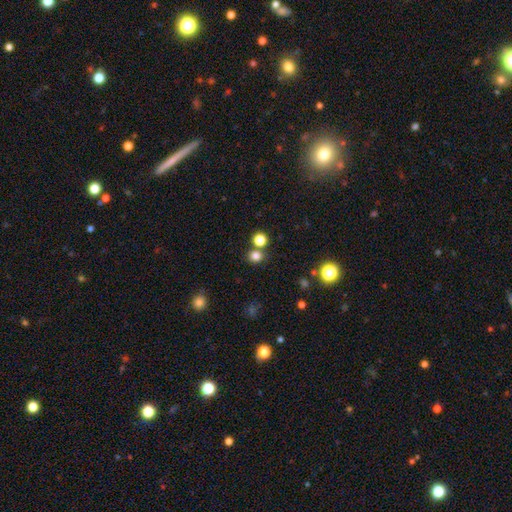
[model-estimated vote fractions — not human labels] Smooth or featured? Predicted: smooth (p=0.79). How rounded? Predicted: round (p=0.80). Merging? Predicted: none (p=0.72).